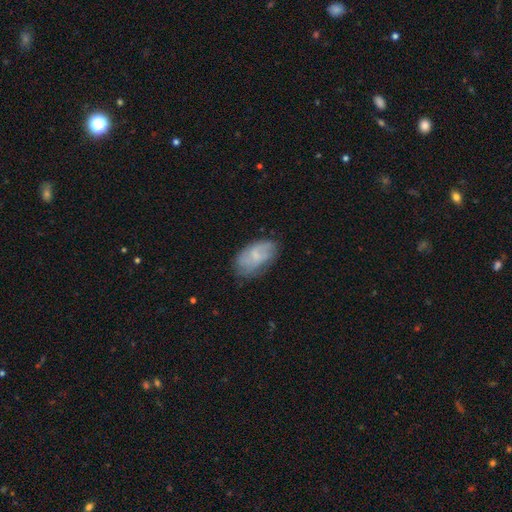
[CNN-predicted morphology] smooth 55%, featured or disk 37%, star or artifact 8%. Down the decision tree: how rounded — in between (93%); merging — none (63%).